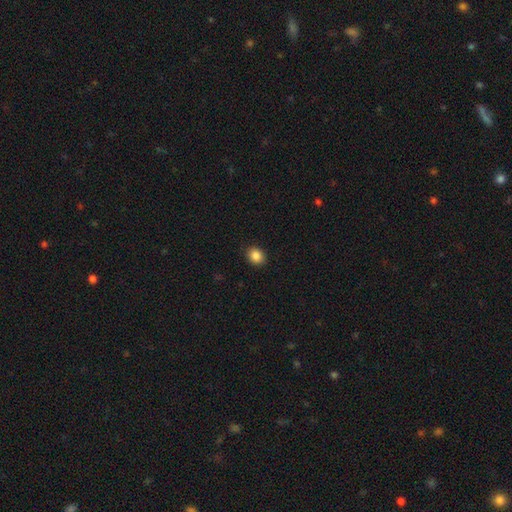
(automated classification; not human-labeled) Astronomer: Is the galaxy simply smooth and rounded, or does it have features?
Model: smooth — 87%.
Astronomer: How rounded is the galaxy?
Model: round — 62% (runner-up: in between, 37%).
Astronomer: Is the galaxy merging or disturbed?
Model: none — 90%.